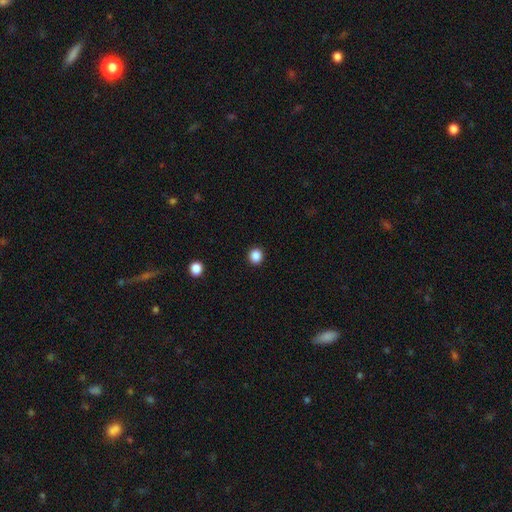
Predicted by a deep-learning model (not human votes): This is clearly a smooth galaxy (87%). How rounded: clearly round (88%). Merging: clearly none (92%).